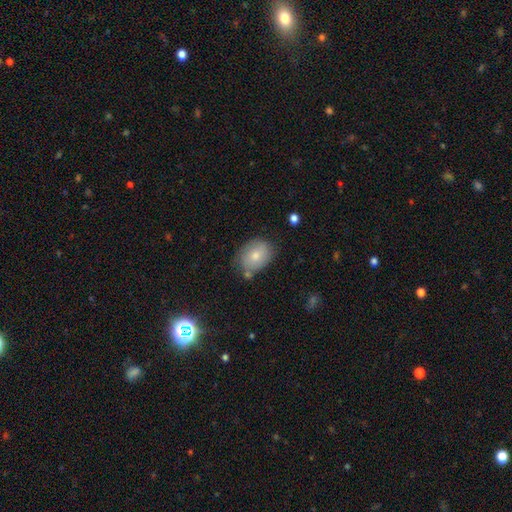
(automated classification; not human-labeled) A smooth galaxy with no disk features (75%) that is in between round and cigar-shaped (69%).

Vote fractions:
- Smooth or featured? smooth: 75% / featured or disk: 18% / star or artifact: 8%
- How rounded? in between: 69% / round: 30% / cigar-shaped: 1%
- Merging? none: 67% / minor disturbance: 22% / merger: 6% / major disturbance: 5%